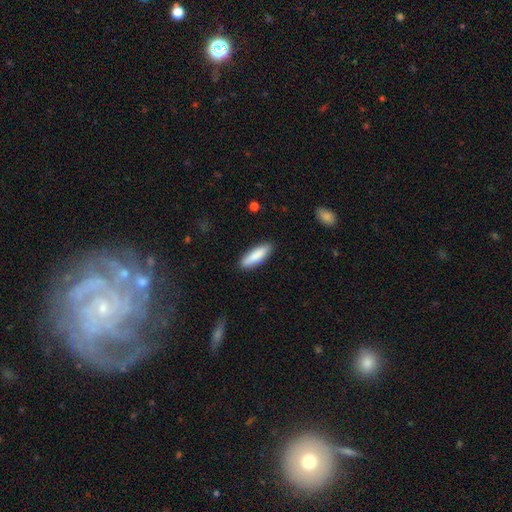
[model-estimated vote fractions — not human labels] Q: Smooth or featured?
A: smooth (85%); runner-up: featured or disk (9%)
Q: How rounded?
A: cigar-shaped (64%); runner-up: in between (35%)
Q: Merging?
A: none (89%); runner-up: minor disturbance (8%)